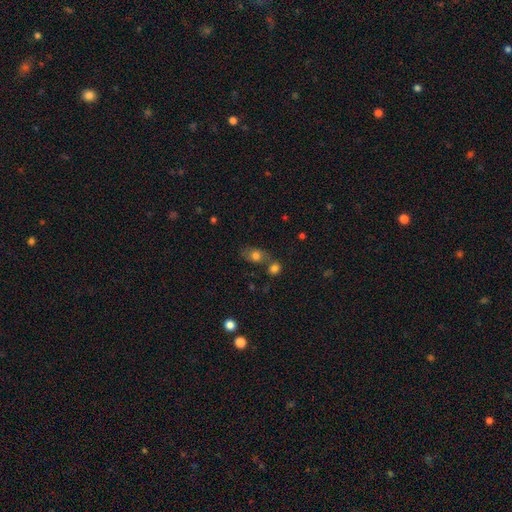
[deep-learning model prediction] Smooth or featured? Predicted: smooth (p=0.75). How rounded? Predicted: in between (p=0.68). Merging? Predicted: none (p=0.49).